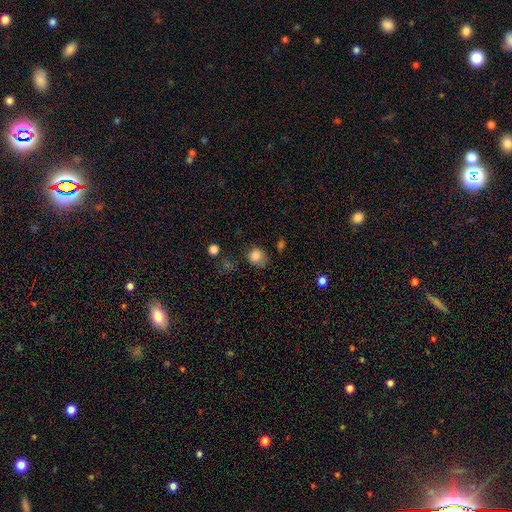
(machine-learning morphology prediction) Smooth or featured? smooth (82%)
How rounded? round (69%)
Merging? none (56%)